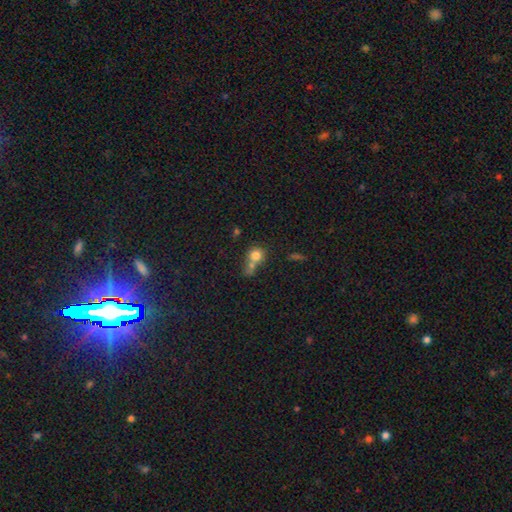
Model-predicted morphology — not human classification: smooth 76%, featured or disk 12%, star or artifact 12%. Down the decision tree: how rounded — round (80%); merging — merger (52%).